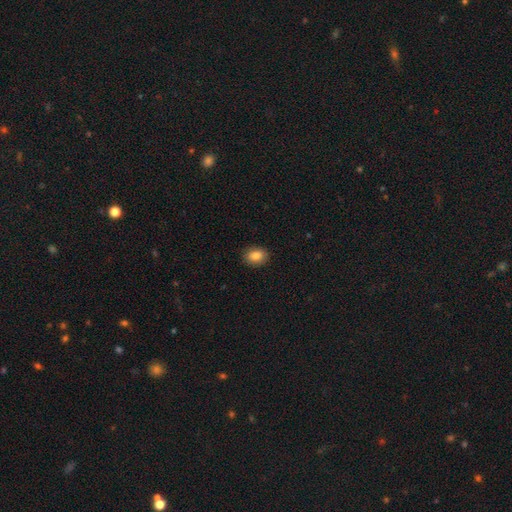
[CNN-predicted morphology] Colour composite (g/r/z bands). It shows a smooth galaxy with no disk features (85%) that is in between round and cigar-shaped (68%). Merging: none (88%).